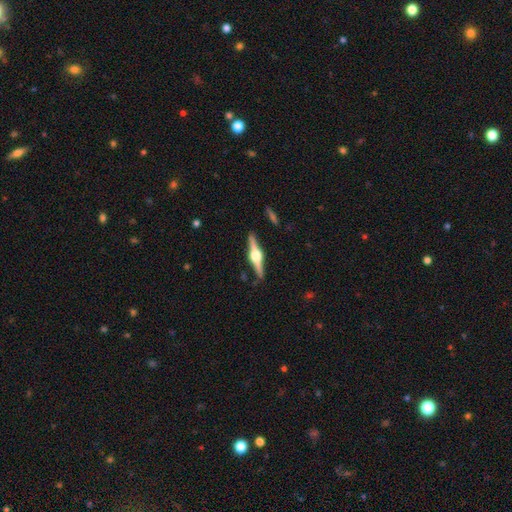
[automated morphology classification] This appears to be a featured or disk galaxy (85%) viewed edge-on (98%) with a rounded central bulge (95%). Merging: none (90%).